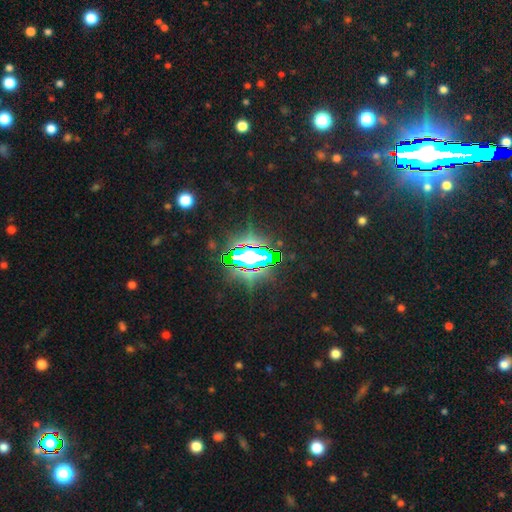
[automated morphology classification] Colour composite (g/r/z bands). It shows a star or artifact, not a galaxy (79%).